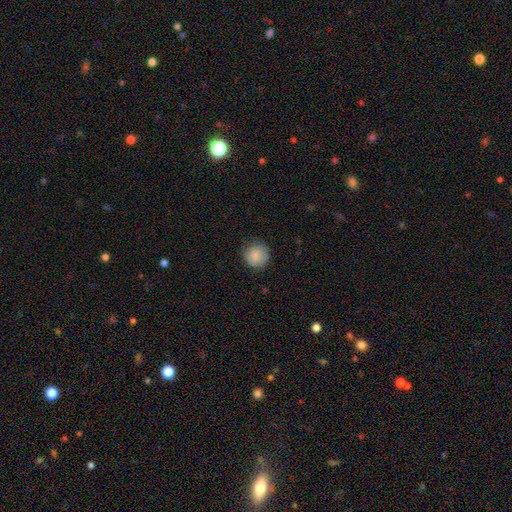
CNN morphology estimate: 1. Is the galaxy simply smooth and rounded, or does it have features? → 84% smooth, 9% featured or disk, 7% star or artifact.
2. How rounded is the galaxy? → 91% round, 8% in between, 1% cigar-shaped.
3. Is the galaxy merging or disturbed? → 77% none, 18% minor disturbance, 4% major disturbance, 1% merger.